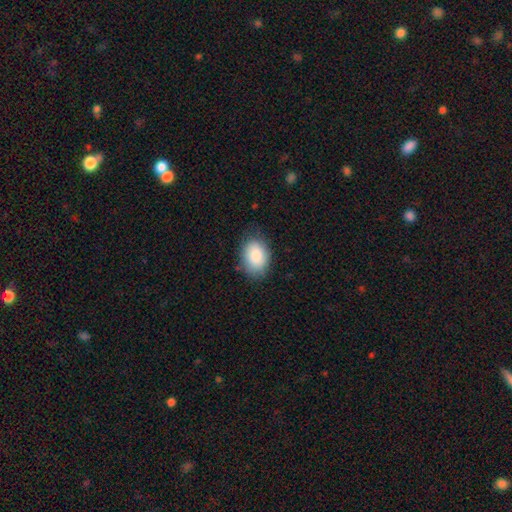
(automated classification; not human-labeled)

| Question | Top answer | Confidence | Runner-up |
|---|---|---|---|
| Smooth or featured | smooth | 86% | featured or disk (7%) |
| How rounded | in between | 79% | round (20%) |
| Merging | none | 77% | minor disturbance (18%) |